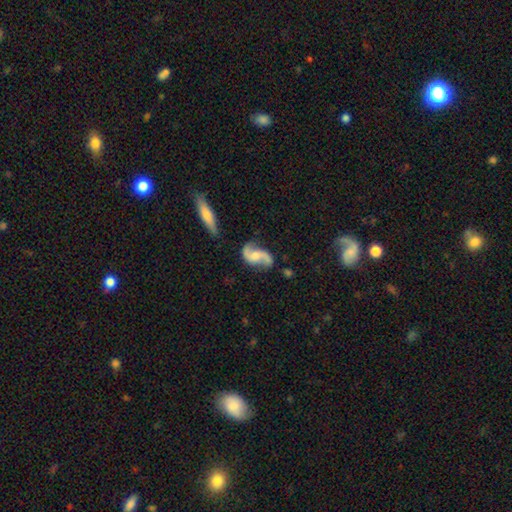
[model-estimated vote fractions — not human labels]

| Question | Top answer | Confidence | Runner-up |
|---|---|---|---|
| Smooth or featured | featured or disk | 86% | smooth (9%) |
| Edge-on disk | no | 97% | yes (3%) |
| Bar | no | 55% | weak (36%) |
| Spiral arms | yes | 96% | no (4%) |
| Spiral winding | loose | 67% | medium (27%) |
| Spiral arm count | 2 | 93% | can't tell (2%) |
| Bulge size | moderate | 46% | small (34%) |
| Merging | none | 71% | minor disturbance (18%) |